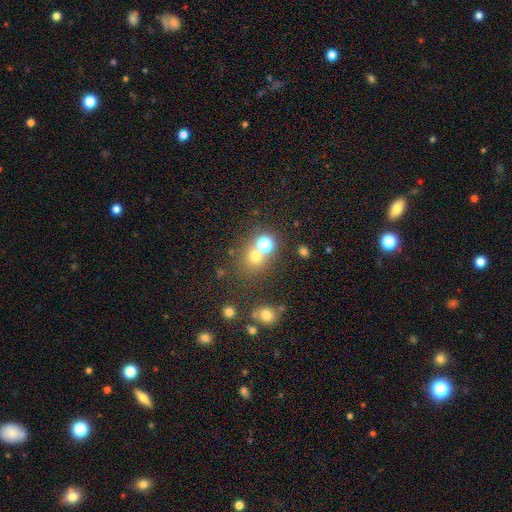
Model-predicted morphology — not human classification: smooth 65%, star or artifact 25%, featured or disk 10%. Down the decision tree: how rounded — round (85%); merging — none (62%).